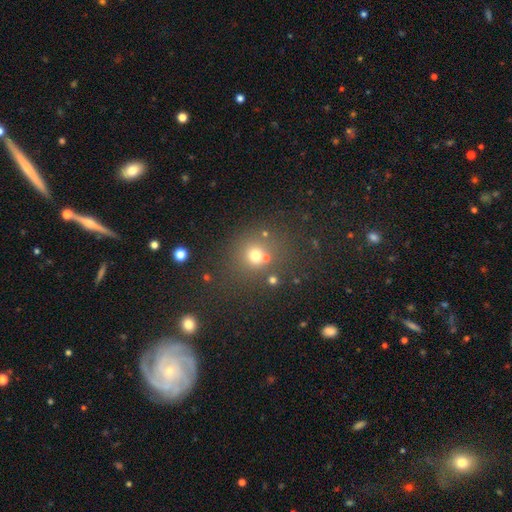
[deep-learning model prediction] smooth_or_featured: smooth (p=0.68) [alt: star or artifact p=0.21]
how_rounded: round (p=0.83) [alt: in between p=0.16]
merging: none (p=0.69) [alt: merger p=0.14]